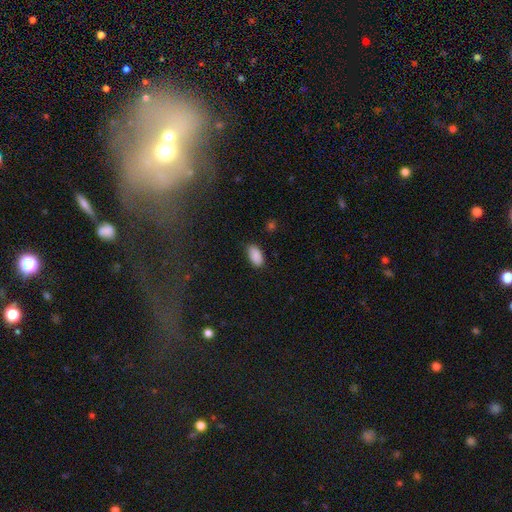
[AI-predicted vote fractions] Smooth or featured: smooth — 89% (star or artifact — 7%)
How rounded: in between — 94% (round — 3%)
Merging: none — 84% (minor disturbance — 12%)